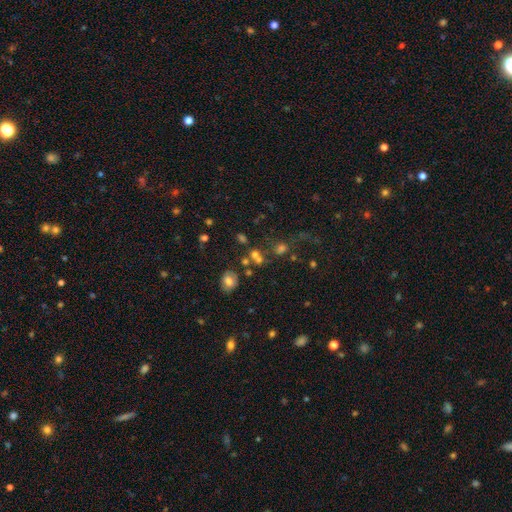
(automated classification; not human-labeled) smooth_or_featured: smooth (p=0.62) [alt: star or artifact p=0.23]
how_rounded: round (p=0.63) [alt: in between p=0.35]
merging: none (p=0.48) [alt: merger p=0.32]